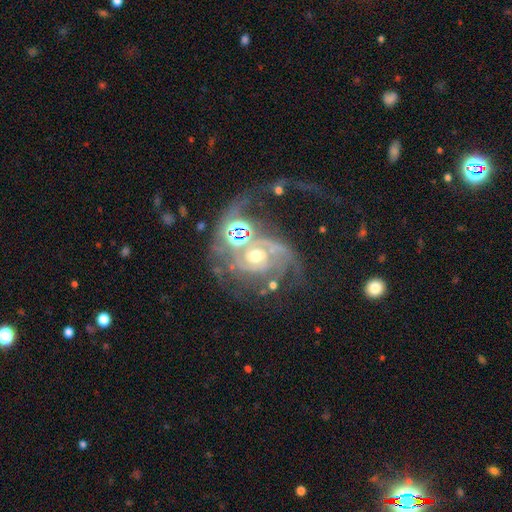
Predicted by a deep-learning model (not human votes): Overall: featured or disk (83%). Edge-on disk: no (97%). Bar: no (68%). Spiral arms: yes (94%). Spiral arm count: 2 (41%; can't tell 21%). Spiral winding: tight (47%; medium 39%). Bulge size: moderate (61%; small 30%). Merging: none (38%; major disturbance 27%).